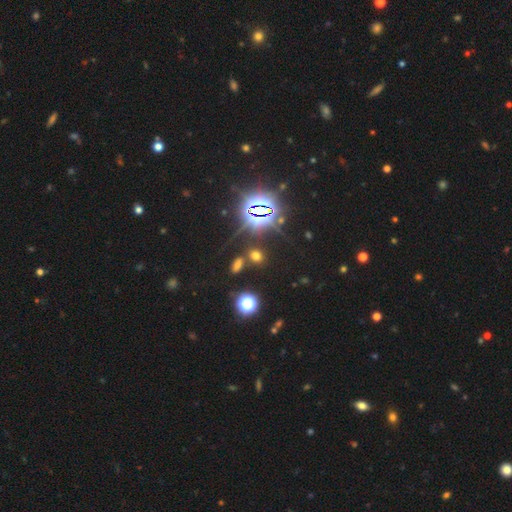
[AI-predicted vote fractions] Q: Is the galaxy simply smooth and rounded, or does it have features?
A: smooth — 49%.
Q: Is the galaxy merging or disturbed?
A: none — 77%.